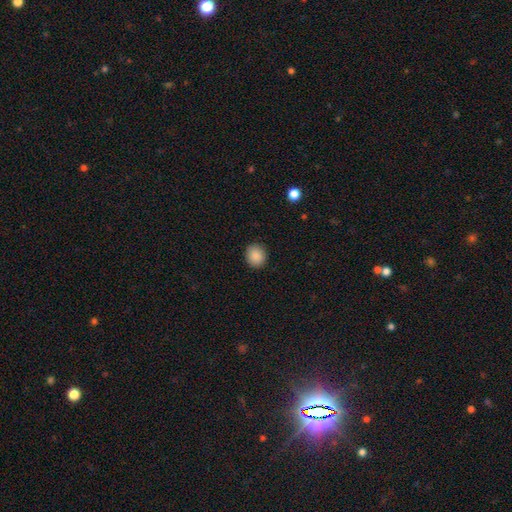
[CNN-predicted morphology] type=smooth (88%); roundness=round (79%); merging=none (91%).